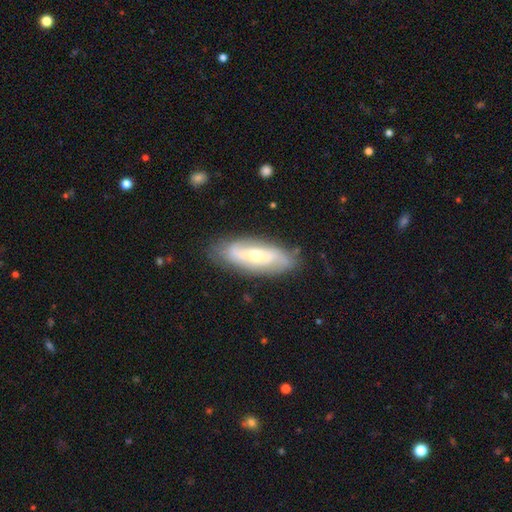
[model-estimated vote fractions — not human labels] featured or disk 67%, smooth 27%, star or artifact 6%. Down the decision tree: edge-on disk — no (81%); bar — no (58%); spiral arms — yes (73%); bulge size — moderate (48%, tied with small); merging — none (80%).